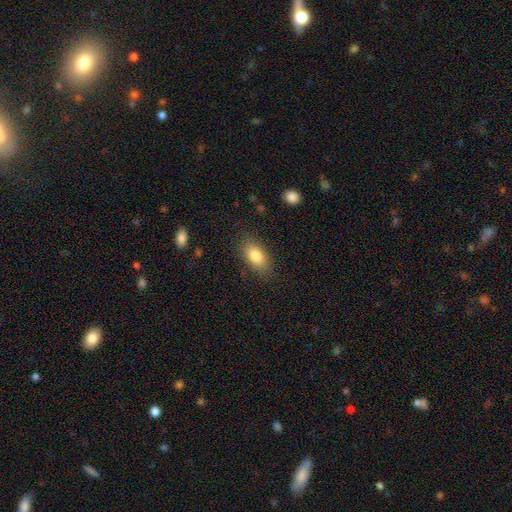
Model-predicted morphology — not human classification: Smooth or featured? smooth (81%)
How rounded? in between (88%)
Merging? none (83%)